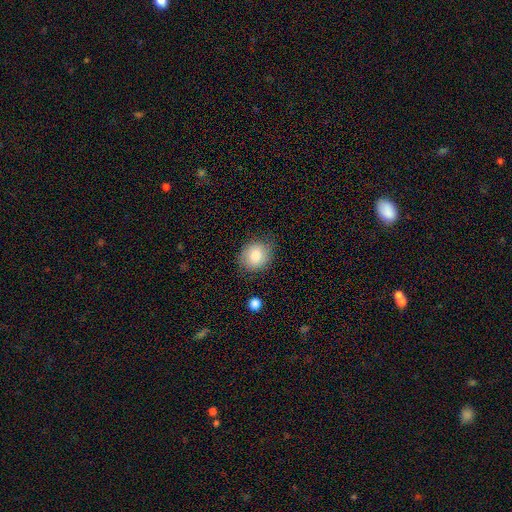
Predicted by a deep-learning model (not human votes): This is clearly a smooth galaxy (81%). How rounded: likely round (69%). Merging: likely none (78%).